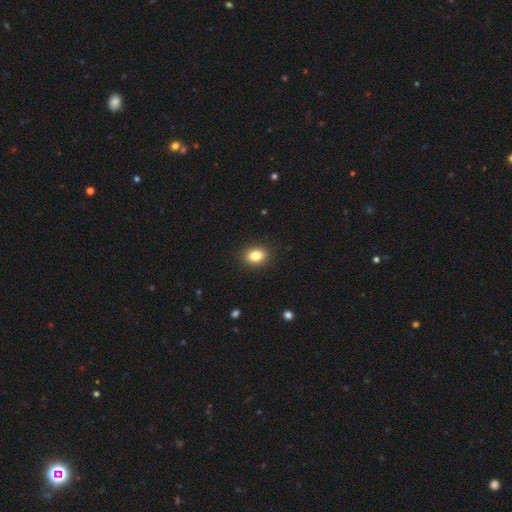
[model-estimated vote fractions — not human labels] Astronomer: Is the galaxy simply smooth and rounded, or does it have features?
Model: smooth — 83%.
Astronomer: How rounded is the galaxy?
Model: in between — 58% (runner-up: round, 41%).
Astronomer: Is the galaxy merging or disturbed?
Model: none — 90%.